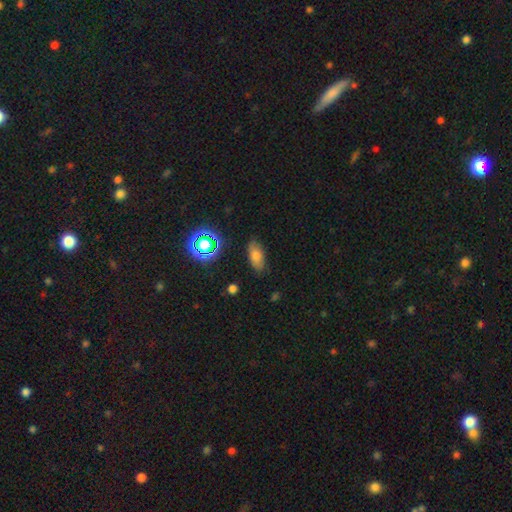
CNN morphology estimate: Overall: smooth (71%). How rounded: in between (86%). Merging: none (83%).